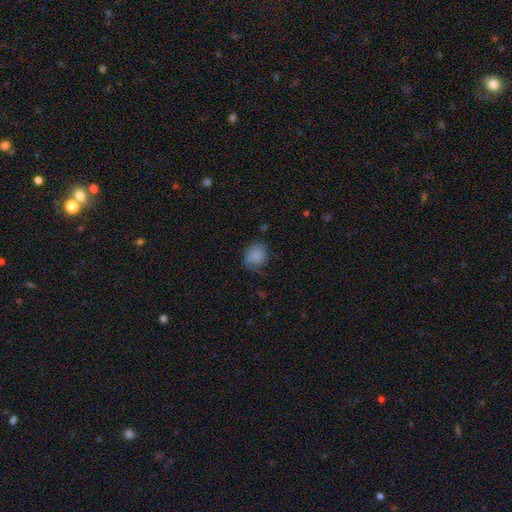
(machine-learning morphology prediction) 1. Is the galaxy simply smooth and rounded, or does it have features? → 84% smooth, 9% star or artifact, 7% featured or disk.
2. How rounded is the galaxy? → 64% round, 35% in between, 1% cigar-shaped.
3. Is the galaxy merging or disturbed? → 63% none, 27% minor disturbance, 8% major disturbance, 2% merger.